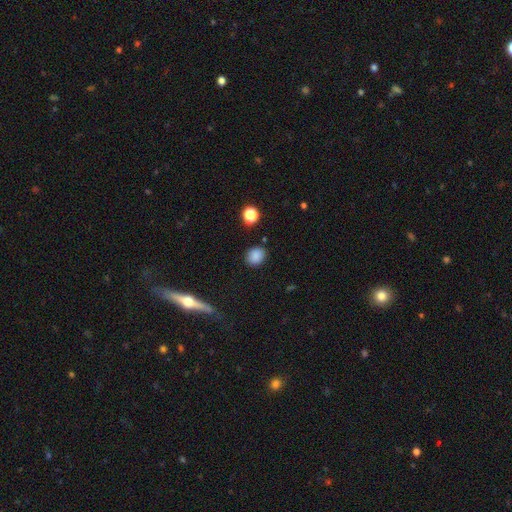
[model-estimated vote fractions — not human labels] smooth-or-featured: smooth: 84% | star or artifact: 11% | featured or disk: 5%
  how-rounded: round: 61% | in between: 37% | cigar-shaped: 1%
  merging: none: 85% | minor disturbance: 10% | major disturbance: 3% | merger: 3%